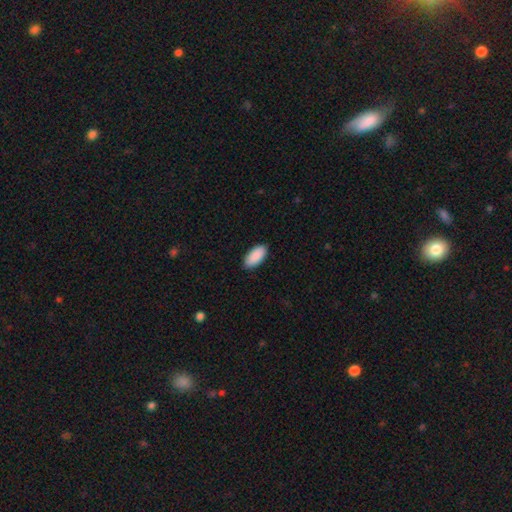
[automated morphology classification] Smooth or featured?
  - smooth: 91% *
  - star or artifact: 6%
  - featured or disk: 4%
How rounded?
  - in between: 94% *
  - cigar-shaped: 4%
  - round: 2%
Merging?
  - none: 89% *
  - minor disturbance: 9%
  - major disturbance: 2%
  - merger: 1%